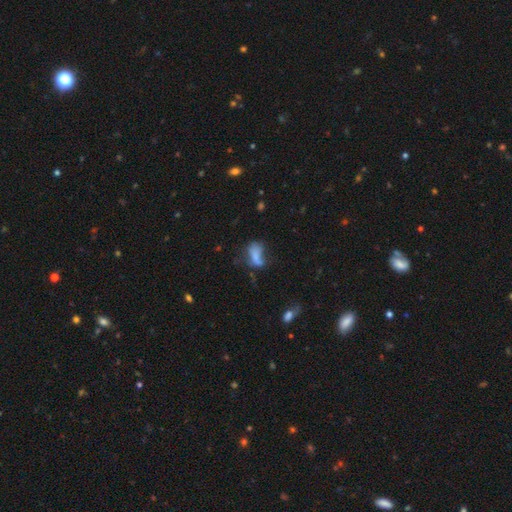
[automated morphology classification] Smooth or featured?
  - smooth: 65% *
  - featured or disk: 21%
  - star or artifact: 14%
How rounded?
  - in between: 85% *
  - round: 8%
  - cigar-shaped: 8%
Merging?
  - major disturbance: 36% *
  - none: 27%
  - minor disturbance: 24%
  - merger: 13%